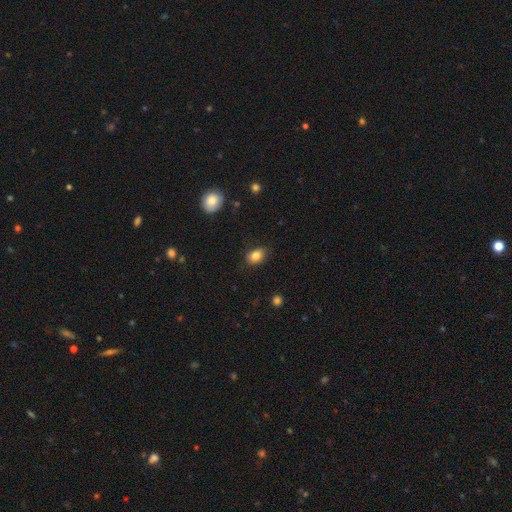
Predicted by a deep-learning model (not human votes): This appears to be a smooth galaxy with no disk features (83%) that is in between round and cigar-shaped (76%). Merging: none (82%).